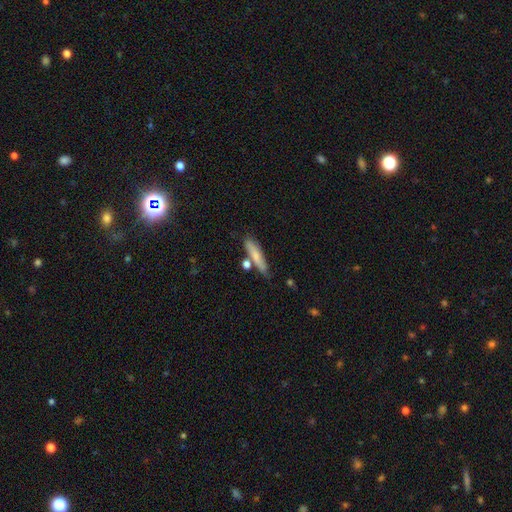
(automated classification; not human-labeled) Q: Smooth or featured?
A: smooth (72%); runner-up: featured or disk (21%)
Q: How rounded?
A: cigar-shaped (80%); runner-up: in between (17%)
Q: Merging?
A: none (69%); runner-up: minor disturbance (16%)